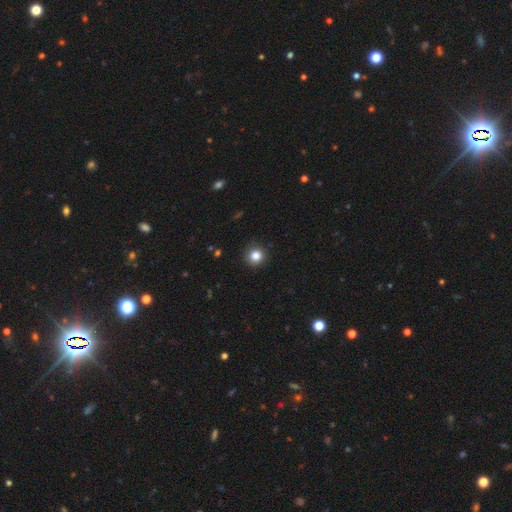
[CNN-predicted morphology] Smooth or featured: smooth — 84% (star or artifact — 11%)
How rounded: round — 92% (in between — 7%)
Merging: none — 89% (minor disturbance — 7%)